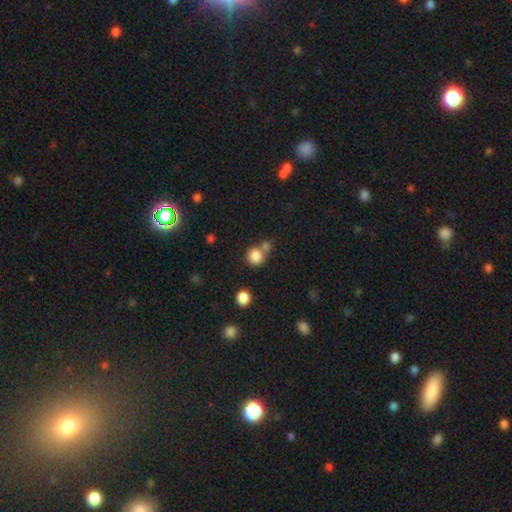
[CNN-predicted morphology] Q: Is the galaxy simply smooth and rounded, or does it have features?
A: smooth — 83%.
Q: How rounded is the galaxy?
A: round — 90%.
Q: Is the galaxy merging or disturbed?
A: none — 56%.